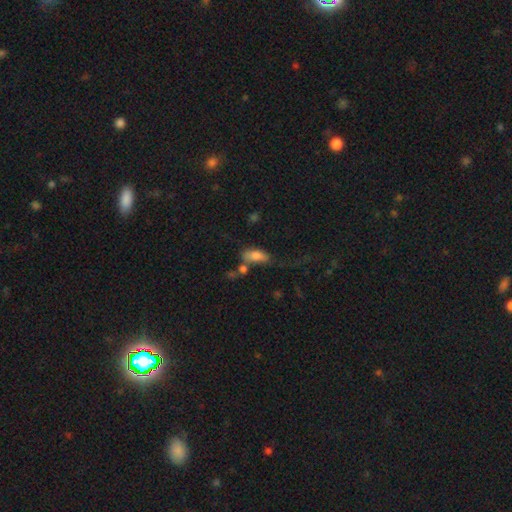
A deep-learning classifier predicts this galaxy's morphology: Smooth or featured: smooth — 74% (featured or disk — 17%)
How rounded: in between — 82% (cigar-shaped — 14%)
Merging: none — 37% (merger — 25%)